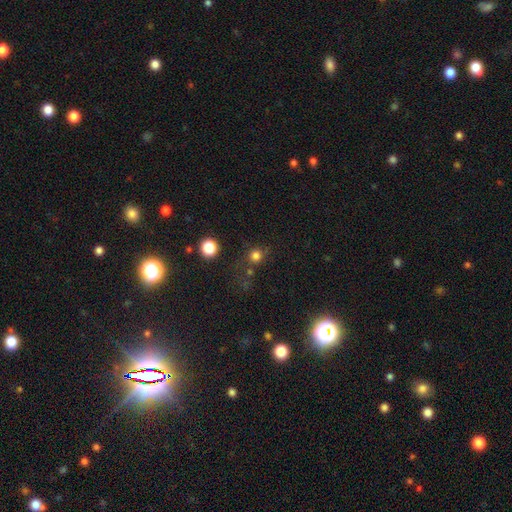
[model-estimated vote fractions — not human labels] The model was most divided on "merging": none: 67%, minor disturbance: 13%, merger: 10%, major disturbance: 10%. More confident: how rounded — round (89%); smooth or featured — smooth (74%).